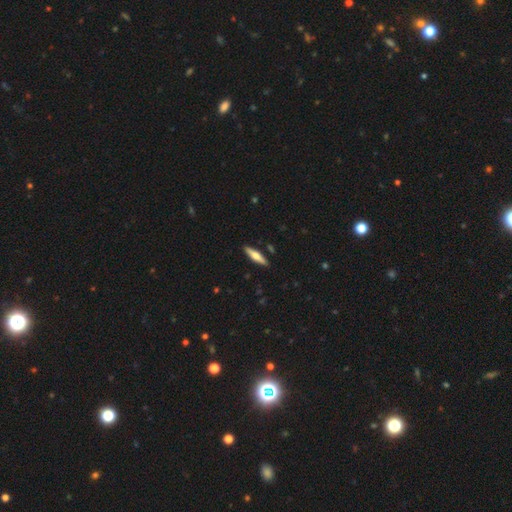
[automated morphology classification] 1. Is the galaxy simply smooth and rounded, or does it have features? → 48% featured or disk, 47% smooth, 5% star or artifact.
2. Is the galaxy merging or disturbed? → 90% none, 7% minor disturbance, 2% merger, 2% major disturbance.